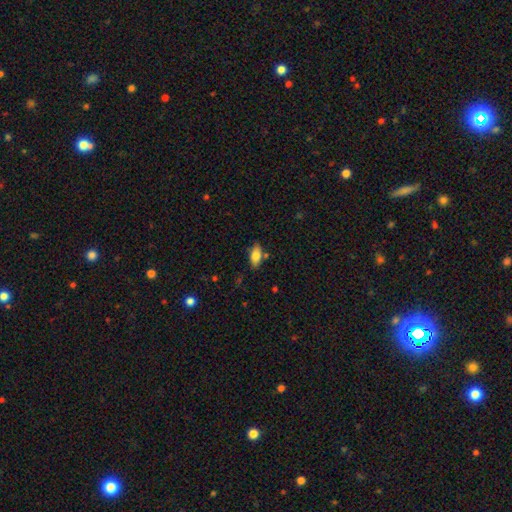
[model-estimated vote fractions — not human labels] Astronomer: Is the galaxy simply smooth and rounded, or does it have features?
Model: smooth — 82%.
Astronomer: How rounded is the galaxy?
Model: in between — 88%.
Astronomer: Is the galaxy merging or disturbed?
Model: none — 77%.